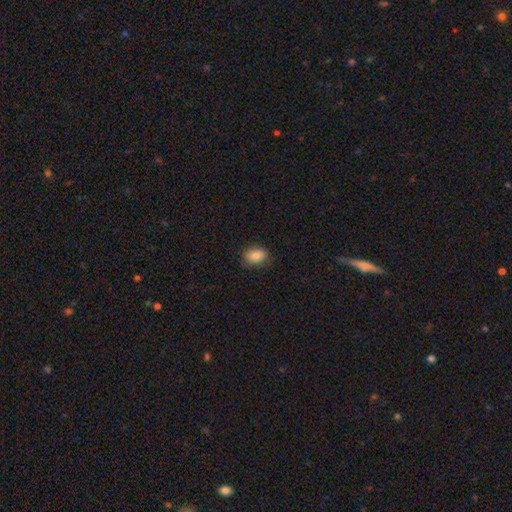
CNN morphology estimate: A smooth galaxy with no disk features (81%) that is in between round and cigar-shaped (72%).

Vote fractions:
- Smooth or featured? smooth: 81% / featured or disk: 10% / star or artifact: 9%
- How rounded? in between: 72% / round: 26% / cigar-shaped: 1%
- Merging? none: 81% / minor disturbance: 15% / major disturbance: 3% / merger: 1%